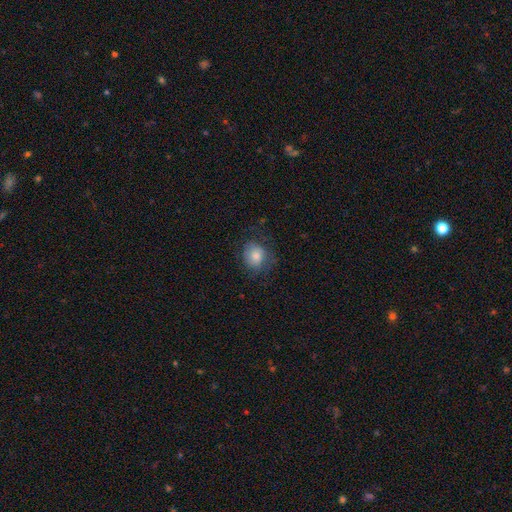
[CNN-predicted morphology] type=smooth (76%); roundness=round (65%); merging=none (68%).